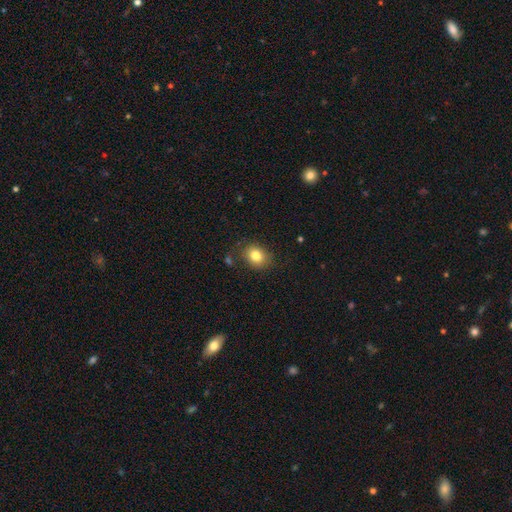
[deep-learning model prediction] smooth 81%, star or artifact 11%, featured or disk 9%. Down the decision tree: how rounded — round (52%); merging — none (81%).